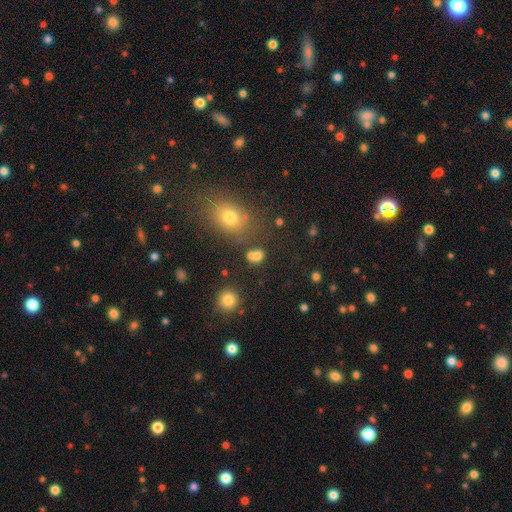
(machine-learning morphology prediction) Smooth or featured?
  - smooth: 73% *
  - star or artifact: 18%
  - featured or disk: 9%
How rounded?
  - round: 56% *
  - in between: 43%
  - cigar-shaped: 2%
Merging?
  - none: 52% *
  - merger: 28%
  - minor disturbance: 13%
  - major disturbance: 7%